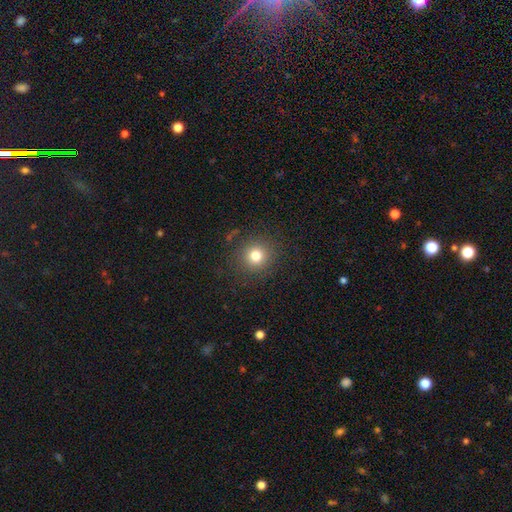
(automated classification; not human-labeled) Morphology: type=smooth (78%); roundness=round (92%); merging=none (88%).